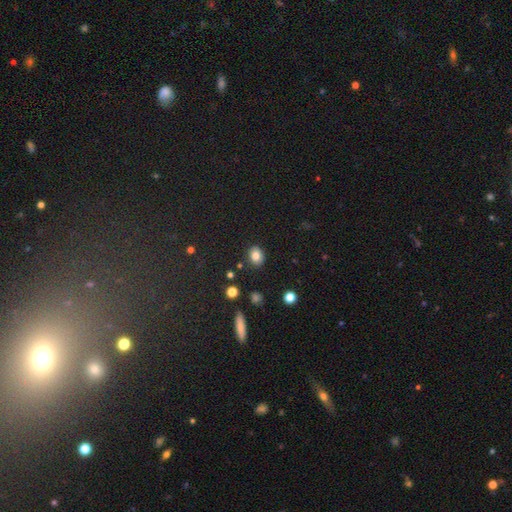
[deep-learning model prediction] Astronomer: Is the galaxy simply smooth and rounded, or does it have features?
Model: smooth — 82%.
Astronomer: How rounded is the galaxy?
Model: round — 50% (runner-up: in between, 49%).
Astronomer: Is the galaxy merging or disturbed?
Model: none — 86%.